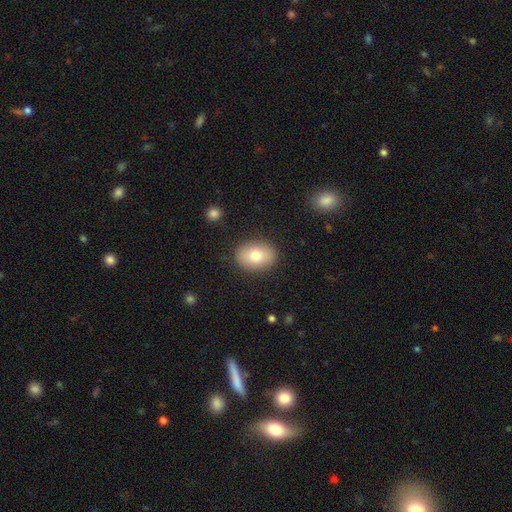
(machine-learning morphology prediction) smooth 77%, featured or disk 15%, star or artifact 8%. Down the decision tree: how rounded — in between (71%); merging — none (88%).